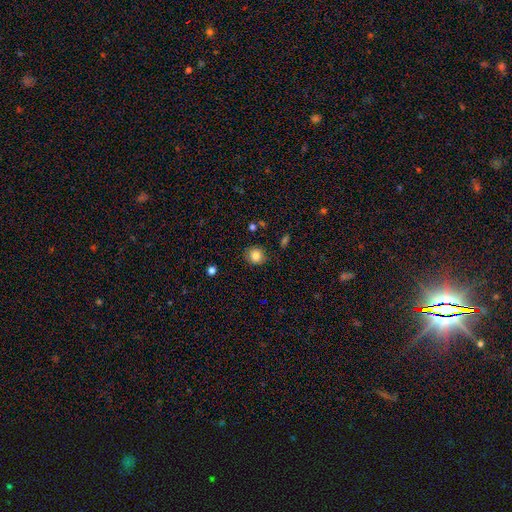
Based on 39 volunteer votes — Smooth or featured: smooth — 82% (featured or disk — 13%)
How rounded: round — 81% (in between — 19%)
Merging: none — 76% (minor disturbance — 14%)